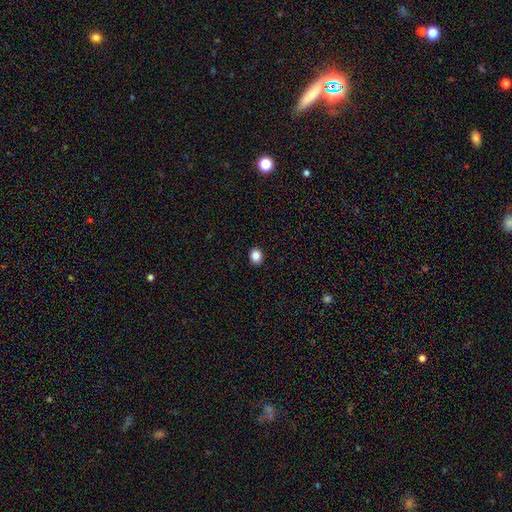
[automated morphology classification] Smooth or featured?
  - smooth: 86% *
  - star or artifact: 10%
  - featured or disk: 4%
How rounded?
  - round: 68% *
  - in between: 31%
  - cigar-shaped: 1%
Merging?
  - none: 92% *
  - minor disturbance: 5%
  - major disturbance: 2%
  - merger: 1%